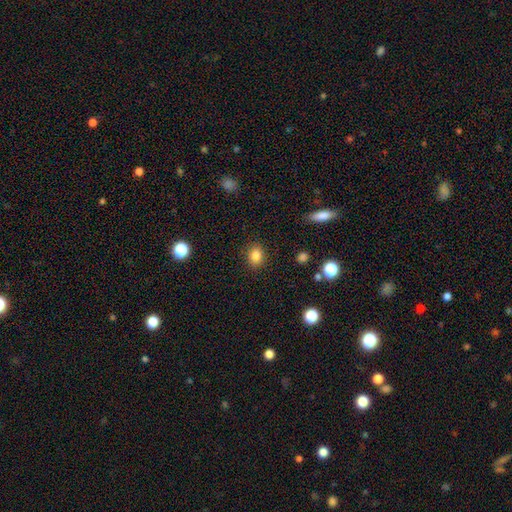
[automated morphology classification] Smooth or featured: smooth — 84% (star or artifact — 11%)
How rounded: round — 59% (in between — 40%)
Merging: none — 89% (minor disturbance — 8%)